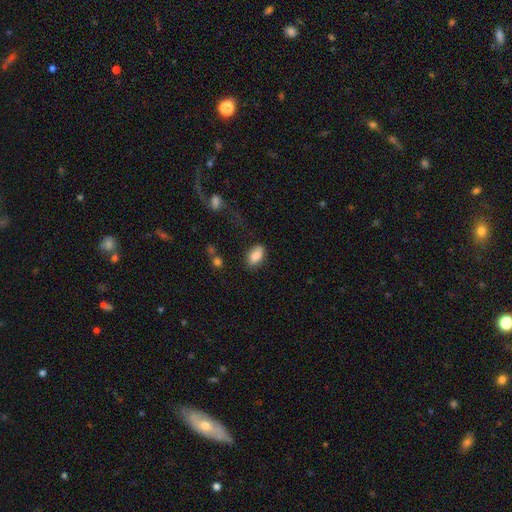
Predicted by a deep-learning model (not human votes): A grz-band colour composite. It shows a smooth galaxy with no disk features (83%) that is in between round and cigar-shaped (91%). Merging: none (76%).